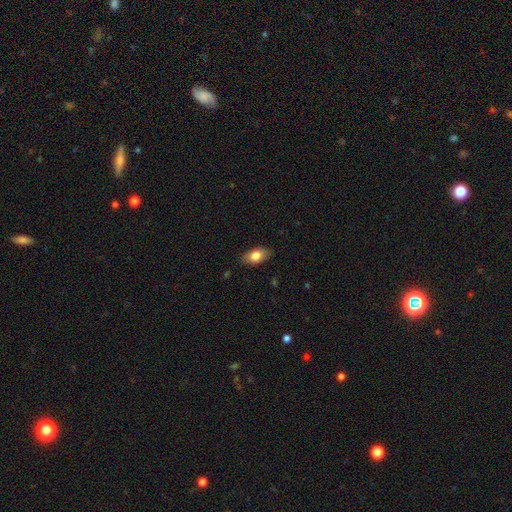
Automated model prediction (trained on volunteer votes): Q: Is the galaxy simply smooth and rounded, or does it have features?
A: smooth — 80%.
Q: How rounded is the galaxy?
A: in between — 91%.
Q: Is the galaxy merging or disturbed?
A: none — 84%.